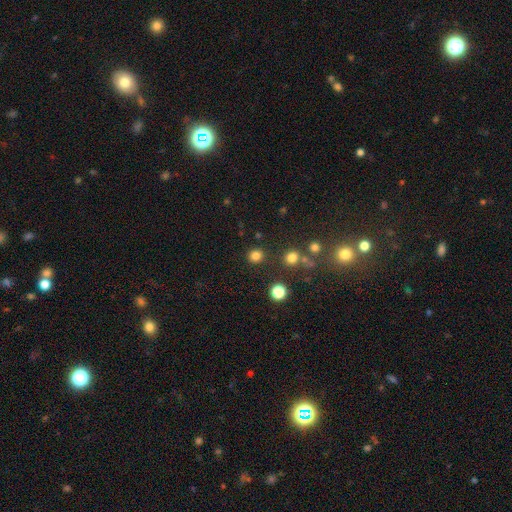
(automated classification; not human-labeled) smooth-or-featured: smooth: 80% | star or artifact: 16% | featured or disk: 4%
  how-rounded: round: 90% | in between: 9% | cigar-shaped: 1%
  merging: none: 87% | minor disturbance: 6% | merger: 4% | major disturbance: 3%